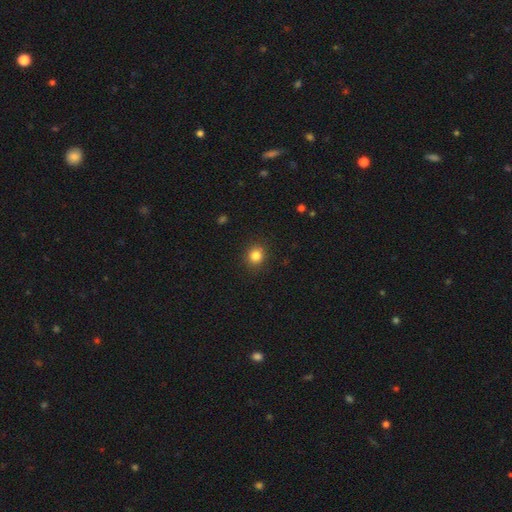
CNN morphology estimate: Overall: smooth (84%). How rounded: round (80%). Merging: none (88%).